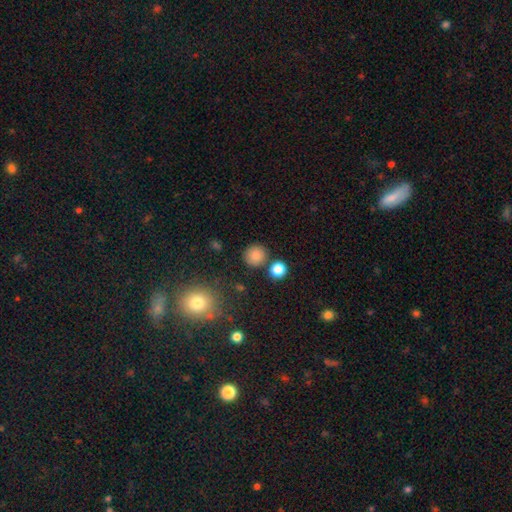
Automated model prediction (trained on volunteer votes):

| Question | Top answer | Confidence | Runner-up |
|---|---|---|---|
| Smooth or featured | smooth | 83% | star or artifact (12%) |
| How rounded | round | 91% | in between (8%) |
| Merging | none | 82% | minor disturbance (8%) |